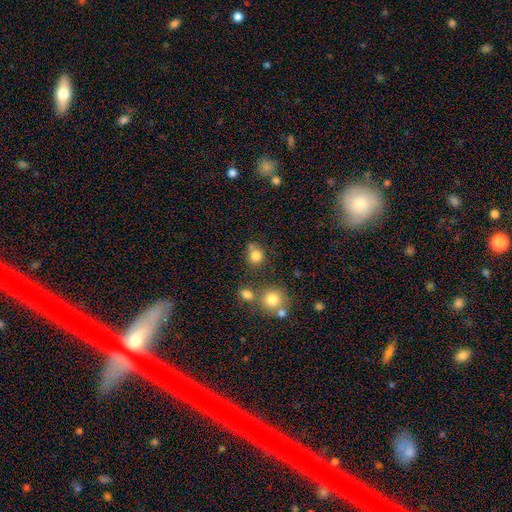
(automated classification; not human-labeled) Overall: smooth (80%). How rounded: round (81%). Merging: none (60%).